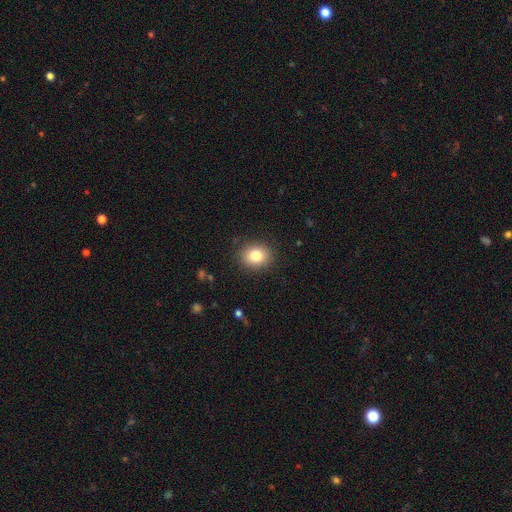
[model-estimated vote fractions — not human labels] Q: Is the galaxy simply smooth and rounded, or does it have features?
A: smooth — 81%.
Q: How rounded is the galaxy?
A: round — 64%.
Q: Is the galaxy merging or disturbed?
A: none — 88%.